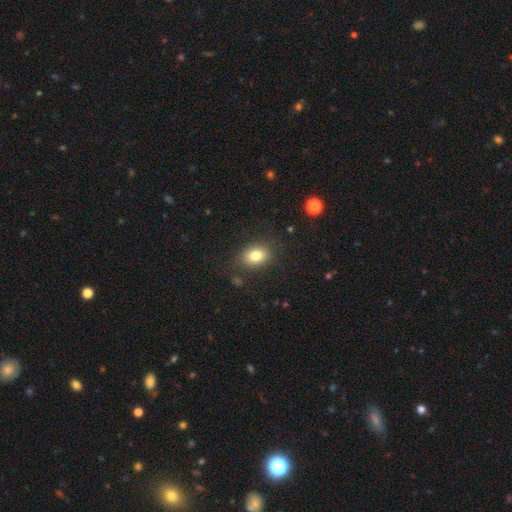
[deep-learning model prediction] Q: Smooth or featured?
A: smooth (81%); runner-up: star or artifact (10%)
Q: How rounded?
A: in between (70%); runner-up: round (29%)
Q: Merging?
A: none (83%); runner-up: minor disturbance (11%)